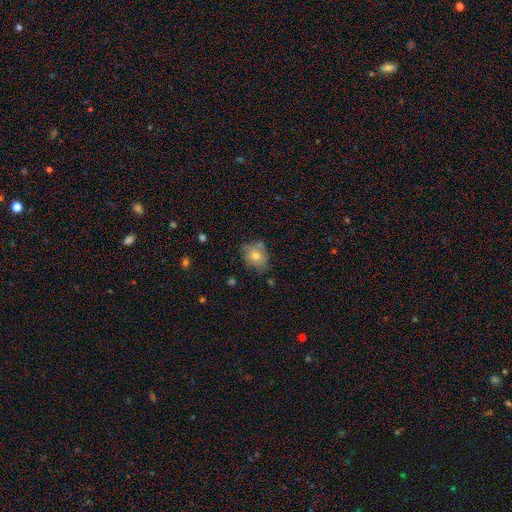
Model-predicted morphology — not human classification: Q: Smooth or featured?
A: smooth (65%); runner-up: featured or disk (22%)
Q: How rounded?
A: round (54%); runner-up: in between (45%)
Q: Merging?
A: none (66%); runner-up: minor disturbance (23%)